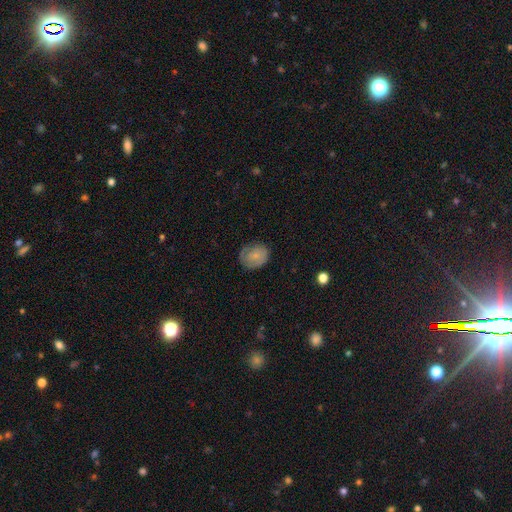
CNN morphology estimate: smooth_or_featured: smooth (p=0.66) [alt: featured or disk p=0.27]
how_rounded: round (p=0.54) [alt: in between p=0.45]
merging: none (p=0.66) [alt: minor disturbance p=0.24]